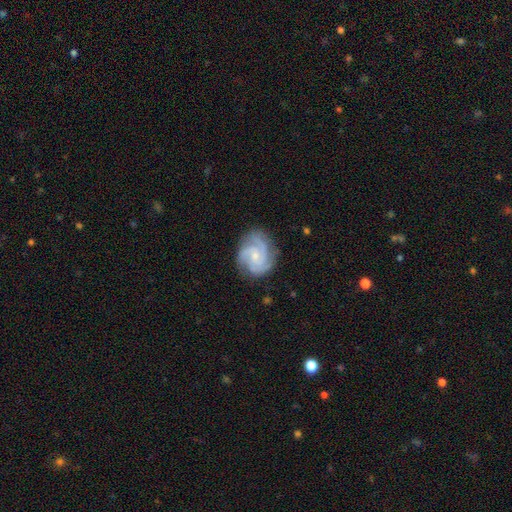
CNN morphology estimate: Smooth or featured: featured or disk — 88% (smooth — 7%)
Edge-on disk: no — 98% (yes — 2%)
Bar: no — 70% (weak — 26%)
Spiral arms: yes — 98% (no — 2%)
Spiral winding: tight — 59% (medium — 36%)
Spiral arm count: 3 — 65% (4 — 14%)
Bulge size: small — 70% (moderate — 25%)
Merging: none — 79% (minor disturbance — 16%)